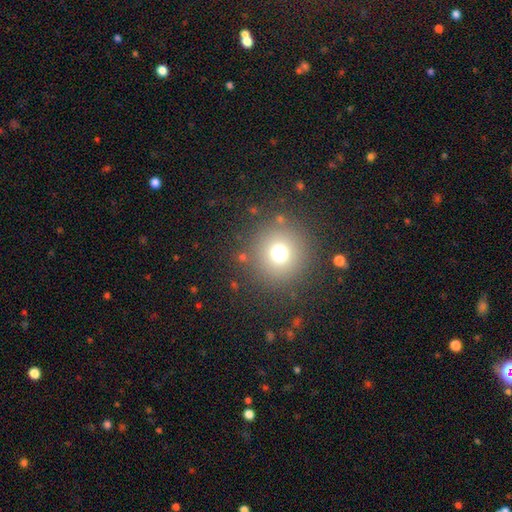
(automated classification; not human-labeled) Morphology: type=smooth (57%); roundness=round (94%); merging=none (88%).